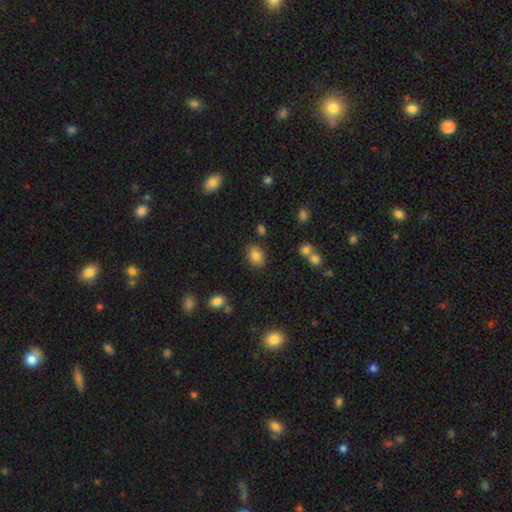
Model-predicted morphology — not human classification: smooth 82%, star or artifact 10%, featured or disk 8%. Down the decision tree: how rounded — in between (73%); merging — none (83%).